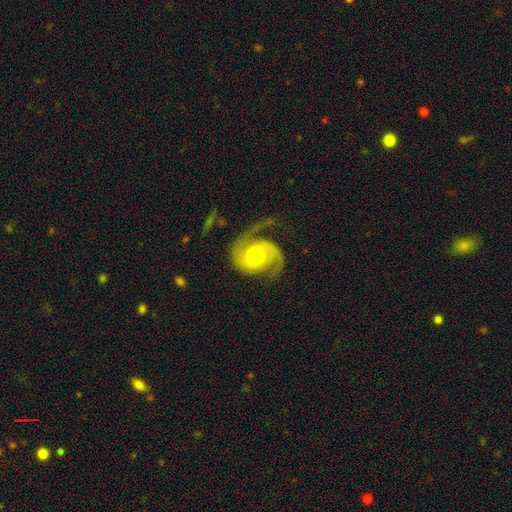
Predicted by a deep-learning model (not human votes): This appears to be a featured or disk galaxy (91%) with no bar (64%), 2 (89%) medium (52%) spiral arms (98%) and a small central bulge (63%). Merging: none (66%).